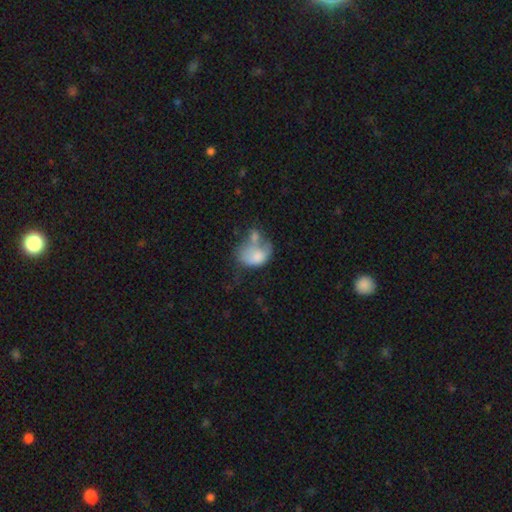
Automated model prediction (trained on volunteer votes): Smooth or featured? smooth (68%)
How rounded? in between (77%)
Merging? merger (47%)